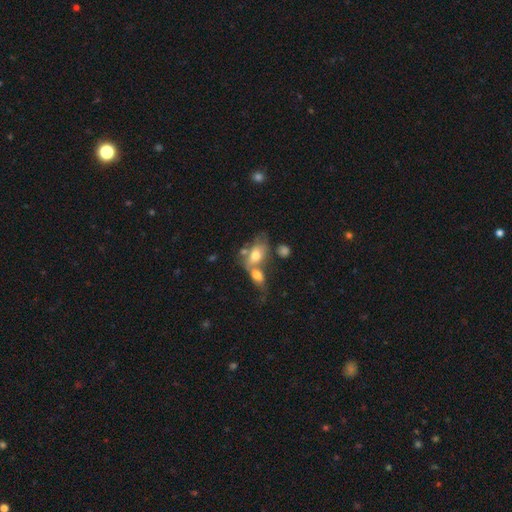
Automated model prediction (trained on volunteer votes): A smooth galaxy with no disk features (66%) that is in between round and cigar-shaped (85%).

Vote fractions:
- Smooth or featured? smooth: 66% / featured or disk: 26% / star or artifact: 9%
- How rounded? in between: 85% / round: 11% / cigar-shaped: 3%
- Merging? merger: 62% / none: 21% / minor disturbance: 10% / major disturbance: 8%